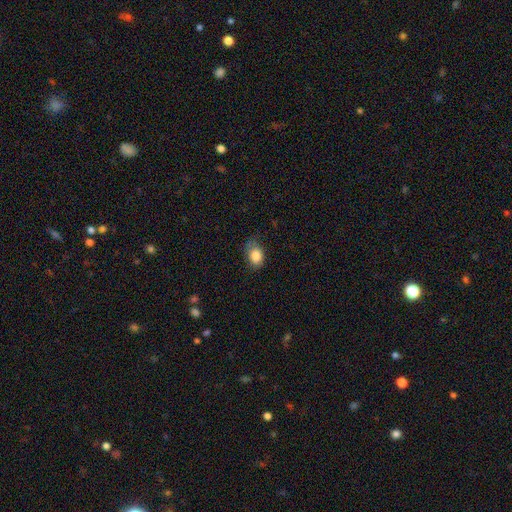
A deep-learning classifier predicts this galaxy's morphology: Overall: smooth (84%). How rounded: in between (72%). Merging: none (60%; minor disturbance 30%).